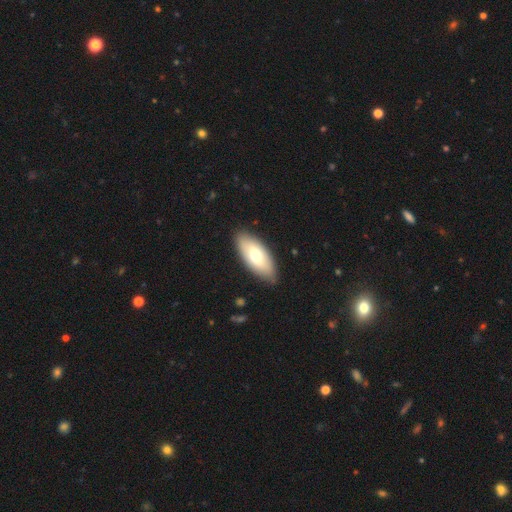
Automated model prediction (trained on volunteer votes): Smooth or featured? Predicted: smooth (p=0.65). How rounded? Predicted: in between (p=0.88). Merging? Predicted: none (p=0.85).